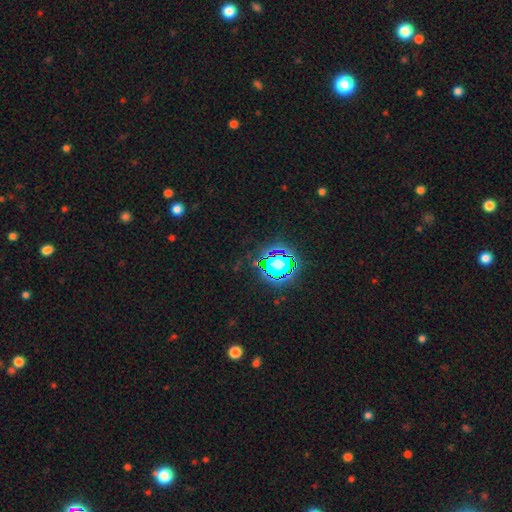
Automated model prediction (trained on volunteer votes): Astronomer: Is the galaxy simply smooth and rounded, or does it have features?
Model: star or artifact — 82%.